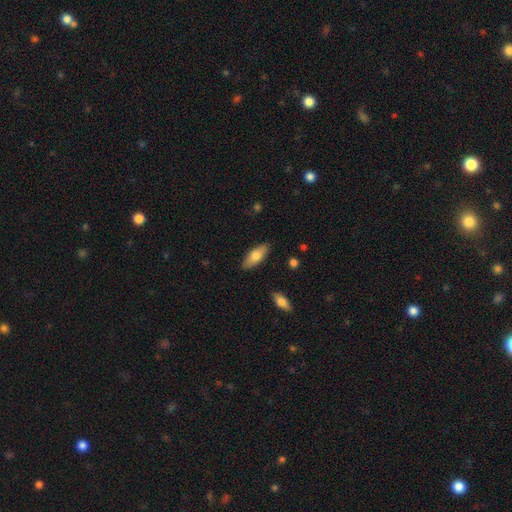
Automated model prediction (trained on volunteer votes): Overall: smooth (72%). How rounded: in between (77%). Merging: none (87%).